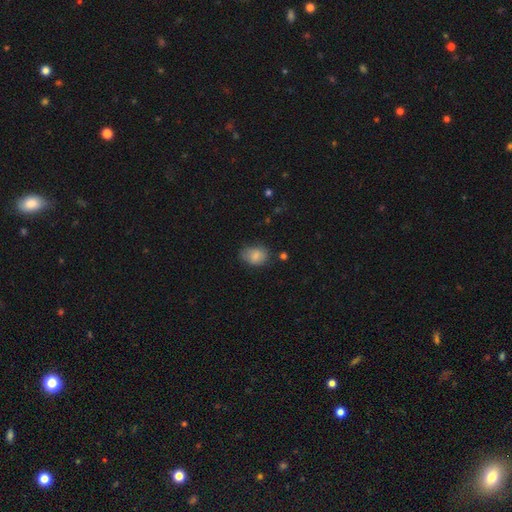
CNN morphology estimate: Q: Smooth or featured?
A: smooth (83%); runner-up: featured or disk (9%)
Q: How rounded?
A: in between (68%); runner-up: round (31%)
Q: Merging?
A: none (67%); runner-up: minor disturbance (25%)